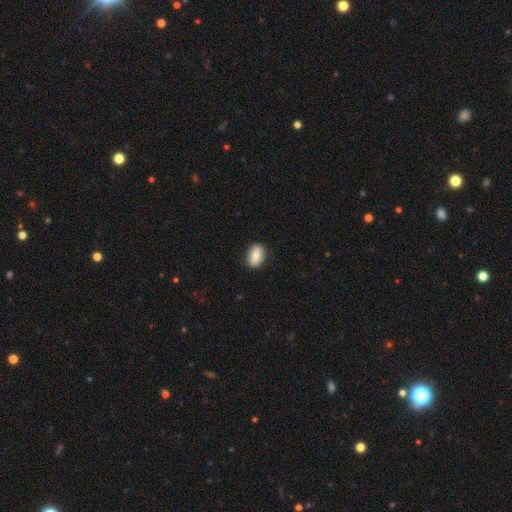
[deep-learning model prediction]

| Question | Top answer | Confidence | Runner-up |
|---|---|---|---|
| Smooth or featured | smooth | 75% | featured or disk (18%) |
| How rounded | in between | 83% | round (14%) |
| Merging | none | 86% | minor disturbance (11%) |